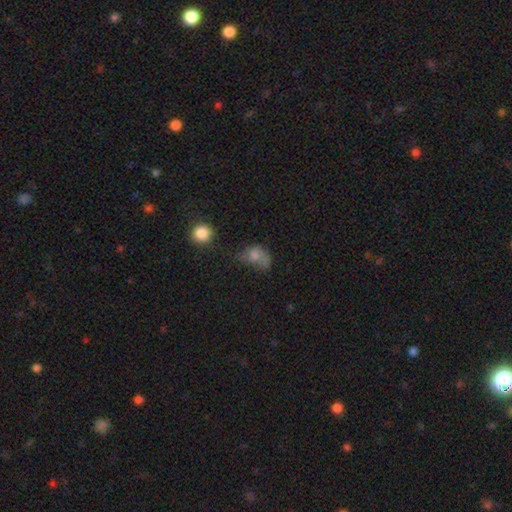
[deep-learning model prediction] This is likely a smooth galaxy (67%). How rounded: likely in between (68%). Merging: marginally major disturbance (34%).